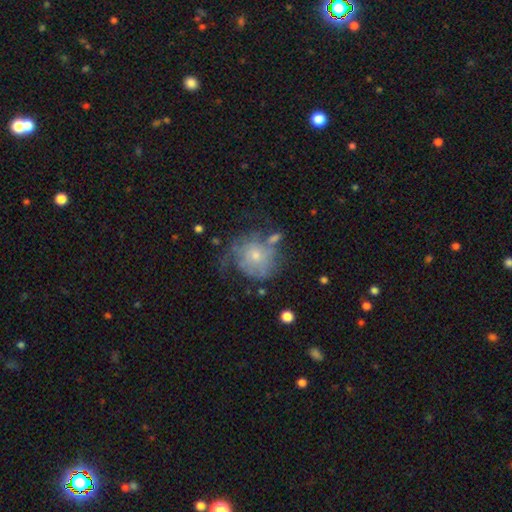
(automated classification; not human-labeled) This is possibly a featured or disk galaxy (51%). It is clearly not viewed edge-on (97%). Merging: marginally none (36%).